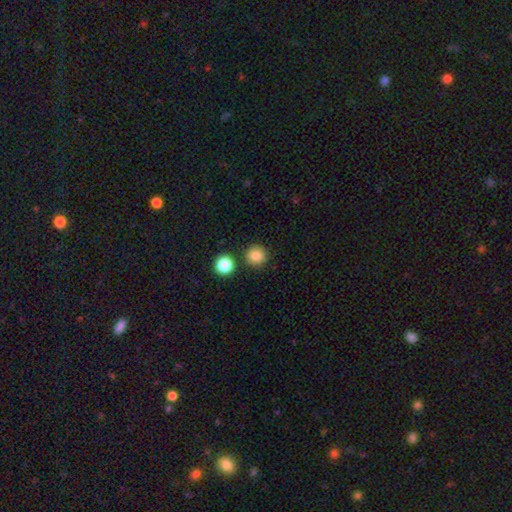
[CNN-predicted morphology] The model was most divided on "smooth or featured": smooth: 85%, star or artifact: 11%, featured or disk: 4%. More confident: how rounded — round (94%); merging — none (87%).